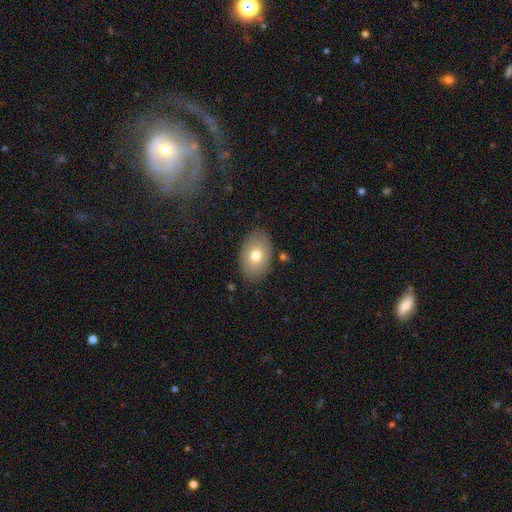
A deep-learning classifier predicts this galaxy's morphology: Smooth or featured? Predicted: smooth (p=0.75). How rounded? Predicted: in between (p=0.87). Merging? Predicted: none (p=0.84).